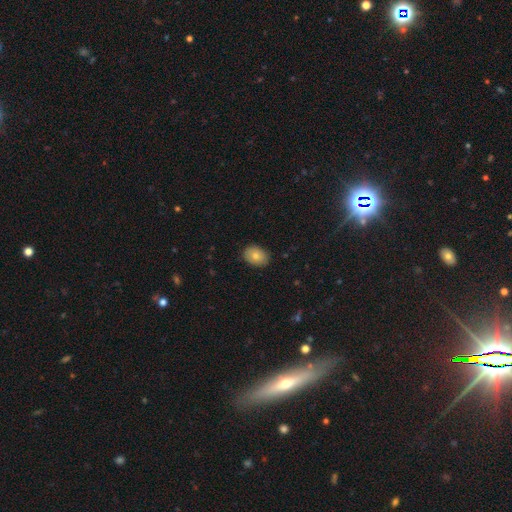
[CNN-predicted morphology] Q: Smooth or featured?
A: smooth (79%); runner-up: featured or disk (13%)
Q: How rounded?
A: in between (71%); runner-up: round (28%)
Q: Merging?
A: none (86%); runner-up: minor disturbance (11%)